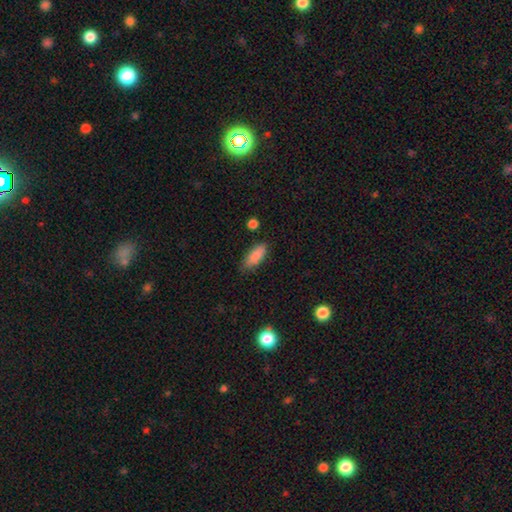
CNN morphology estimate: Smooth or featured?
  - smooth: 87% *
  - star or artifact: 8%
  - featured or disk: 6%
How rounded?
  - in between: 67% *
  - cigar-shaped: 31%
  - round: 2%
Merging?
  - none: 77% *
  - minor disturbance: 17%
  - major disturbance: 3%
  - merger: 2%